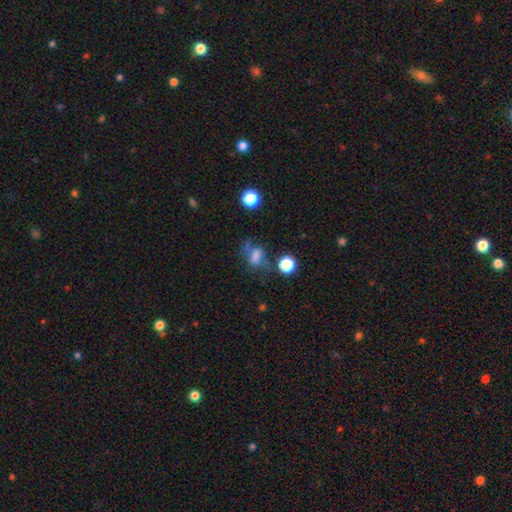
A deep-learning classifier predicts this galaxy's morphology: Smooth or featured: smooth — 63% (featured or disk — 20%)
How rounded: in between — 67% (round — 28%)
Merging: none — 43% (minor disturbance — 23%)